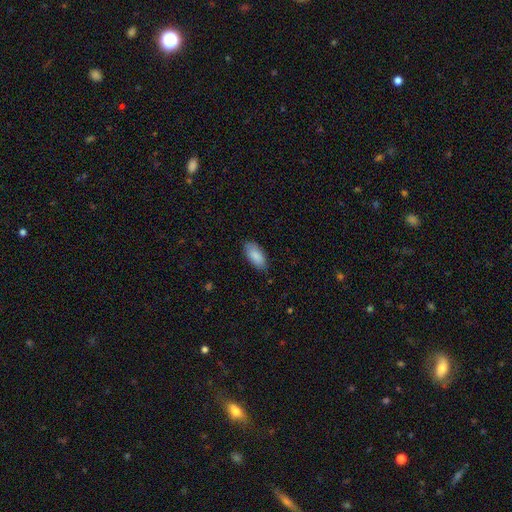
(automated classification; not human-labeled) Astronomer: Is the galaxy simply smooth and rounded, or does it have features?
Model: smooth — 87%.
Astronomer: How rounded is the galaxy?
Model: in between — 91%.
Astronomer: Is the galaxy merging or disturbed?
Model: none — 80%.